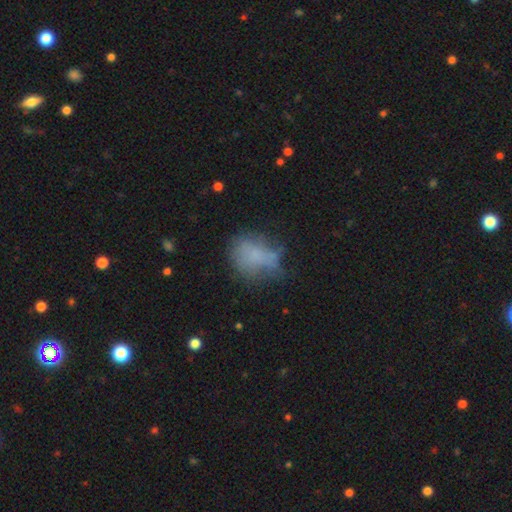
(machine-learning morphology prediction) Overall: smooth (64%). How rounded: in between (60%; round 38%). Merging: none (45%; minor disturbance 30%).